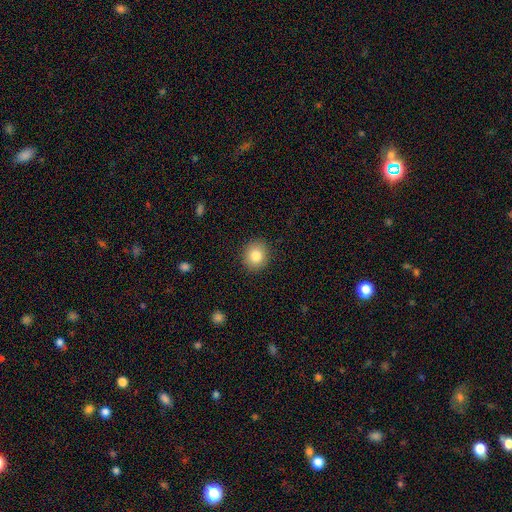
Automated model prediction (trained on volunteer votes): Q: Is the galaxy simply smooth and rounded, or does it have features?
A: smooth — 82%.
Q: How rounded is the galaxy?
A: round — 80%.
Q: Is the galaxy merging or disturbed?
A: none — 90%.